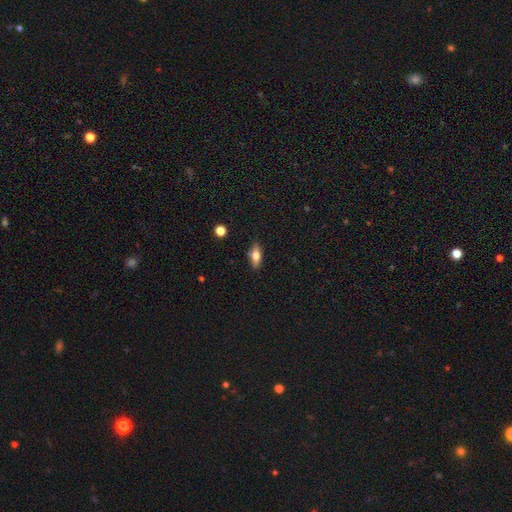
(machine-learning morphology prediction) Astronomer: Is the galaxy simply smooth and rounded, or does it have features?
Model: smooth — 69%.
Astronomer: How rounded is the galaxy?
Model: in between — 73%.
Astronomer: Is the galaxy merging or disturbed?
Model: none — 83%.